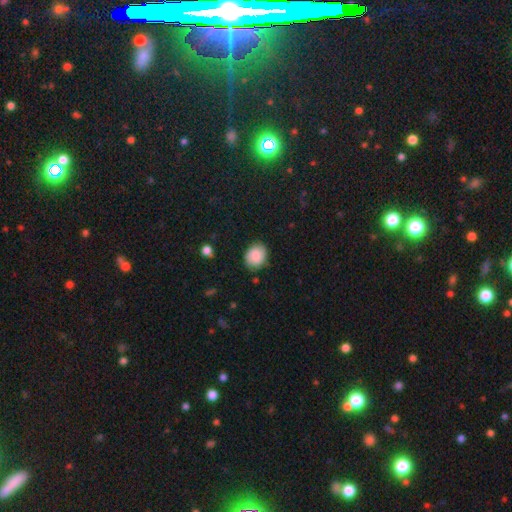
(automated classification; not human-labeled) smooth 81%, featured or disk 12%, star or artifact 8%. Down the decision tree: how rounded — round (52%); merging — none (75%).